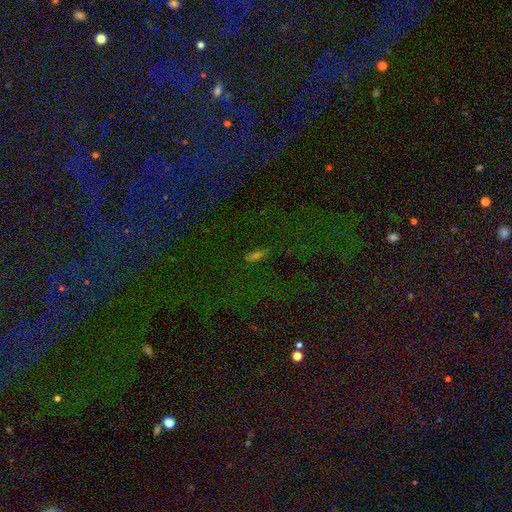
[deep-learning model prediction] A smooth galaxy with no disk features (42%). Merging: none (79%).